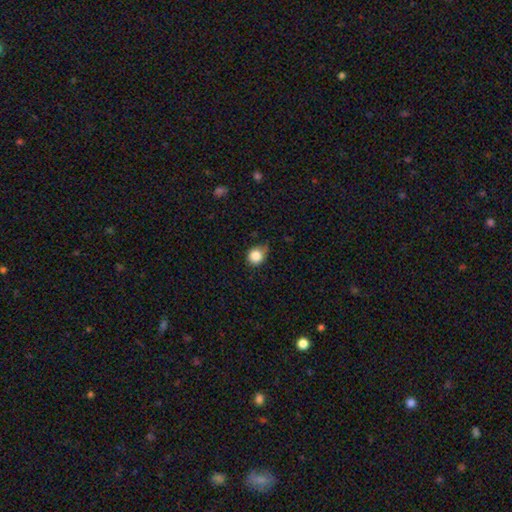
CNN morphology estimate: This appears to be a smooth galaxy with no disk features (85%) that is round (83%). Merging: none (58%).